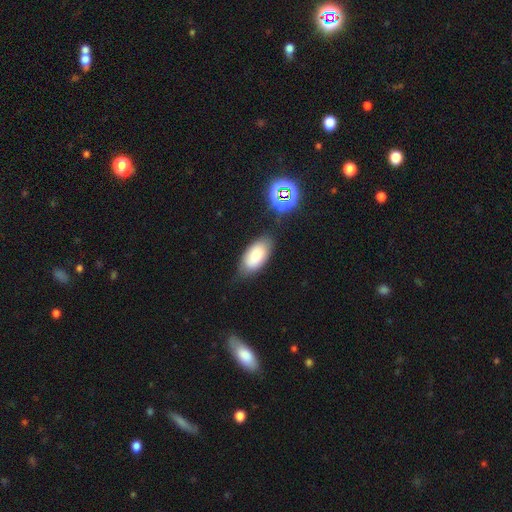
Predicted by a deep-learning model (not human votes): This appears to be a smooth galaxy with no disk features (80%) that is in between round and cigar-shaped (94%). Merging: none (70%).